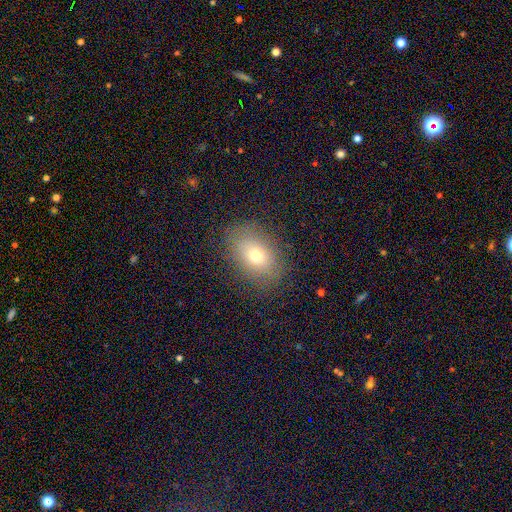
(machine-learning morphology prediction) This is likely a smooth galaxy (69%). How rounded: likely in between (73%). Merging: clearly none (82%).